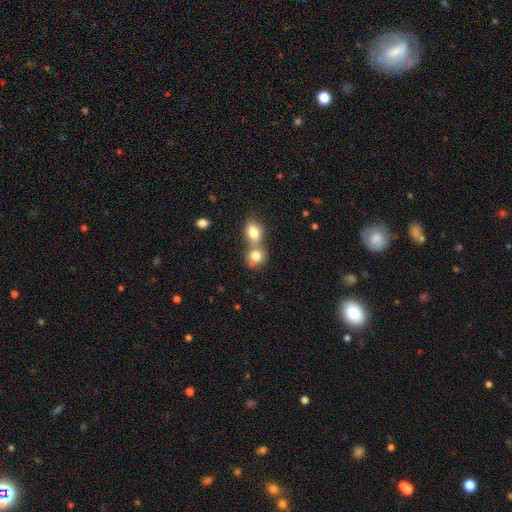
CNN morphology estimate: This appears to be a smooth galaxy with no disk features (81%) that is round (66%). Merging: merger (62%).